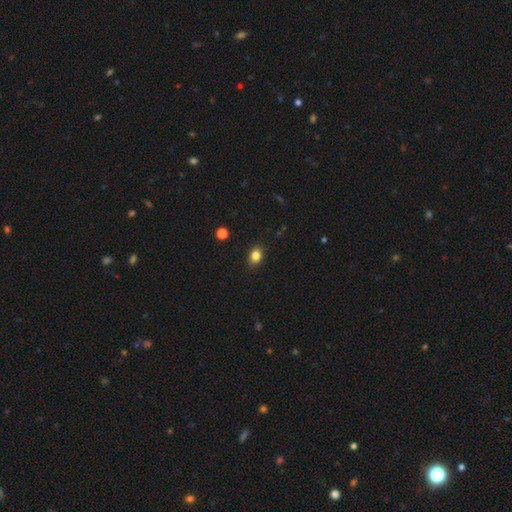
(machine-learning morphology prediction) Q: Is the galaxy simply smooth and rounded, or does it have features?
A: smooth — 83%.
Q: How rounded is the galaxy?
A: in between — 66%.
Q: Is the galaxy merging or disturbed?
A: none — 86%.